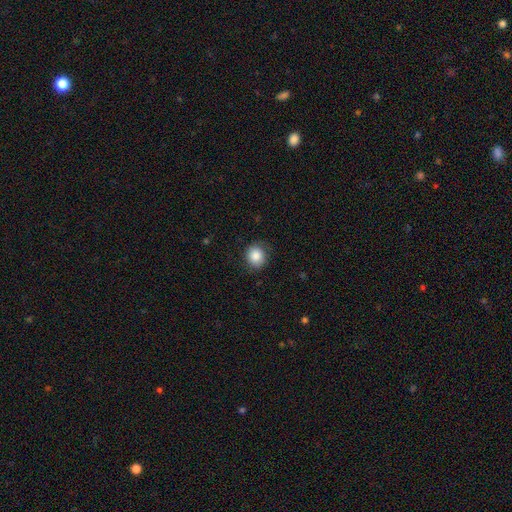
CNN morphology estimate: smooth 85%, star or artifact 8%, featured or disk 6%. Down the decision tree: how rounded — round (78%); merging — none (79%).